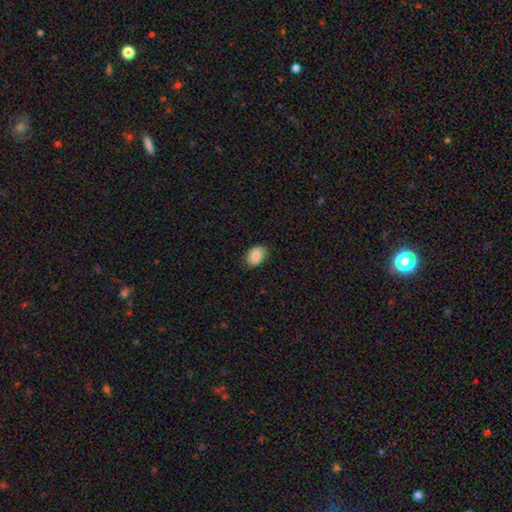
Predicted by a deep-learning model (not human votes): This appears to be a smooth galaxy with no disk features (87%) that is in between round and cigar-shaped (83%). Merging: none (84%).